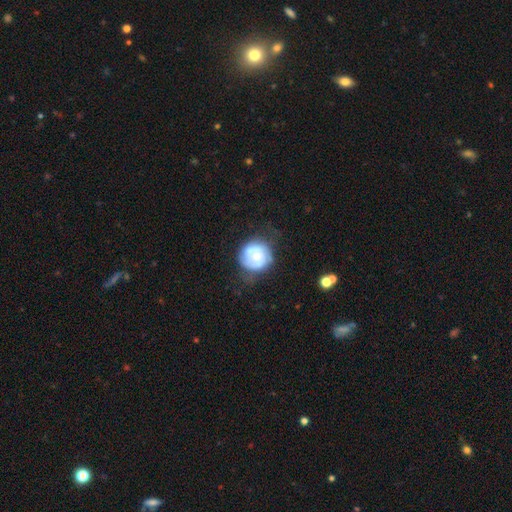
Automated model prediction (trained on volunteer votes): Smooth or featured: featured or disk — 53% (smooth — 40%)
Edge-on disk: no — 98% (yes — 2%)
Bar: no — 80% (weak — 17%)
Spiral arms: no — 51% (yes — 49%)
Bulge size: moderate — 42% (tied with small — 42%)
Merging: none — 53% (minor disturbance — 28%)